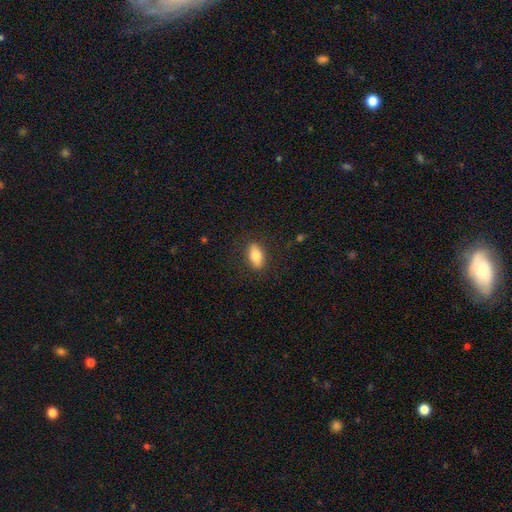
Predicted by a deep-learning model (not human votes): This is clearly a smooth galaxy (80%). How rounded: clearly in between (86%). Merging: clearly none (85%).